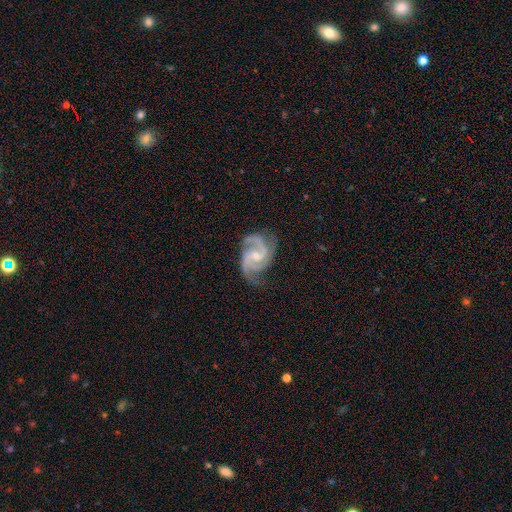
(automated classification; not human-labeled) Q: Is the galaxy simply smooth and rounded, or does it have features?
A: featured or disk — 93%.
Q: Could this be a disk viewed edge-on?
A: no — 98%.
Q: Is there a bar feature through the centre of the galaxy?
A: no — 46%.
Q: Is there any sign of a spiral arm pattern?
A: yes — 99%.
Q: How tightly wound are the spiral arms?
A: medium — 60%.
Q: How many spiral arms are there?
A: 2 — 45%.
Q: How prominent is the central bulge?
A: small — 58%.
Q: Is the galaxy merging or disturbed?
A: none — 70%.